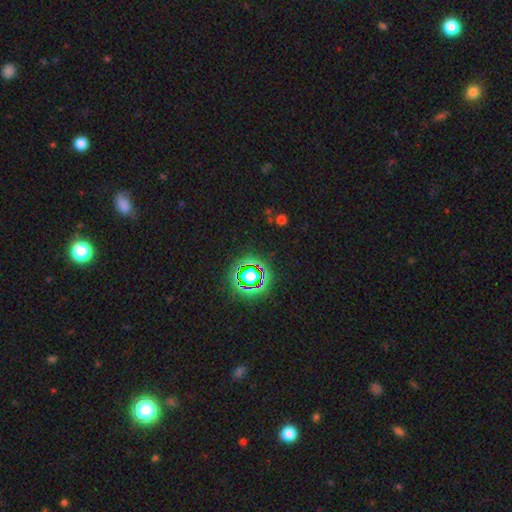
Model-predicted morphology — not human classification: star or artifact 73%, smooth 19%, featured or disk 8%.